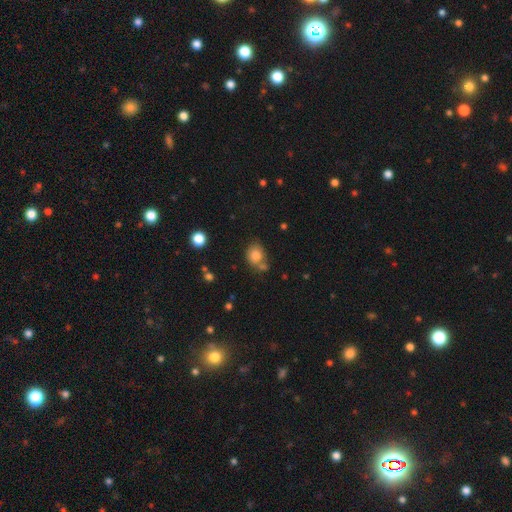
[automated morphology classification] Smooth or featured: smooth — 82% (star or artifact — 11%)
How rounded: round — 59% (in between — 40%)
Merging: none — 54% (merger — 24%)